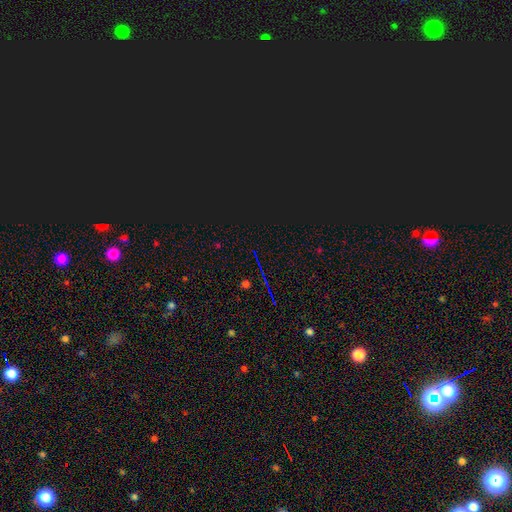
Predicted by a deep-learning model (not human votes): Smooth or featured? star or artifact (78%)